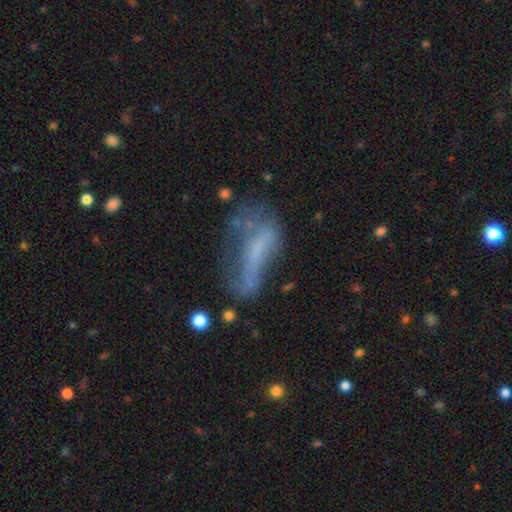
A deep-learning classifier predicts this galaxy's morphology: The model was most divided on "merging": major disturbance: 35%, none: 33%, minor disturbance: 25%, merger: 7%. Remaining: smooth or featured — featured or disk (47%).